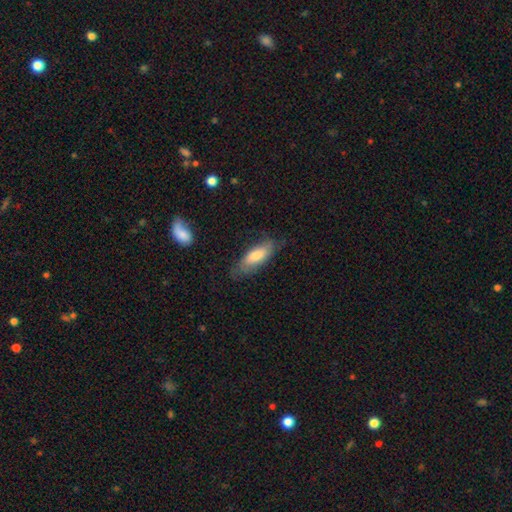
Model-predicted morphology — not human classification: Overall: smooth (70%). How rounded: in between (67%; cigar-shaped 31%). Merging: none (68%).